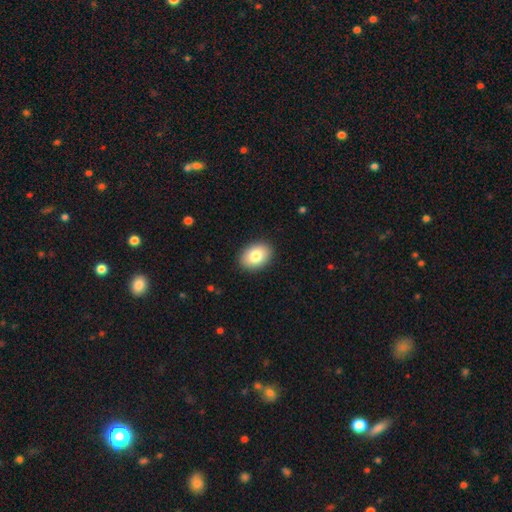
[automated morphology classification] Smooth or featured? smooth (83%)
How rounded? in between (79%)
Merging? none (90%)